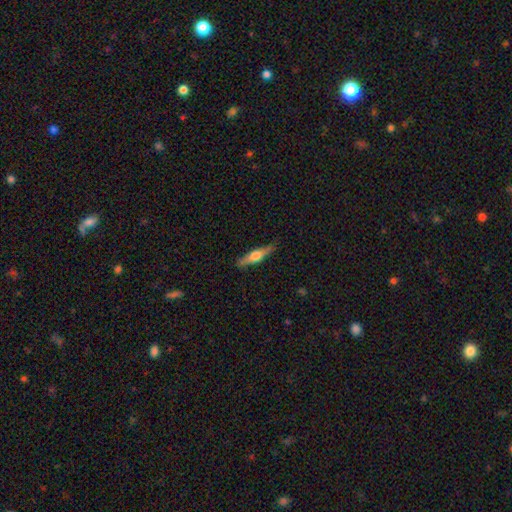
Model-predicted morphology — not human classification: Q: Smooth or featured?
A: featured or disk (54%); runner-up: smooth (41%)
Q: Edge-on disk?
A: yes (93%); runner-up: no (7%)
Q: Edge-on bulge?
A: rounded (90%); runner-up: boxy (6%)
Q: Merging?
A: none (83%); runner-up: minor disturbance (13%)